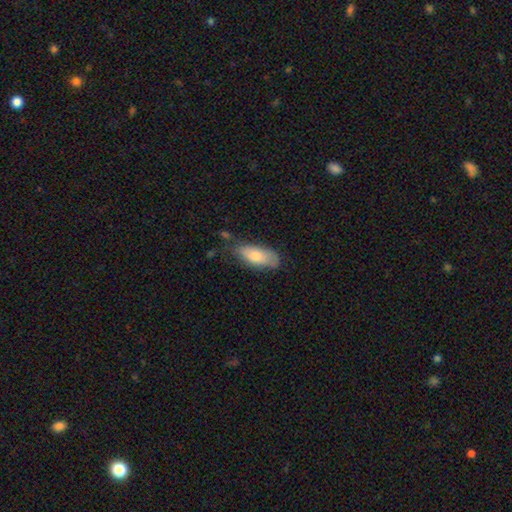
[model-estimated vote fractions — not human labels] smooth-or-featured: smooth: 78% | featured or disk: 16% | star or artifact: 6%
  how-rounded: in between: 81% | cigar-shaped: 17% | round: 2%
  merging: none: 61% | minor disturbance: 28% | major disturbance: 7% | merger: 3%